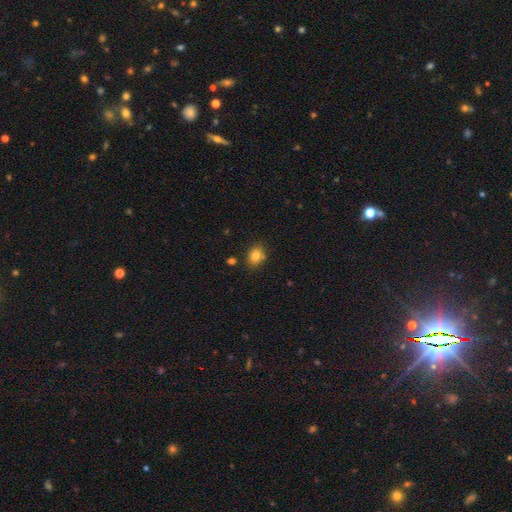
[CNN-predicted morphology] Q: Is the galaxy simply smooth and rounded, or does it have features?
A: smooth — 81%.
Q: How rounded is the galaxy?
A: in between — 55%.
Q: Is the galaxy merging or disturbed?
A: none — 77%.